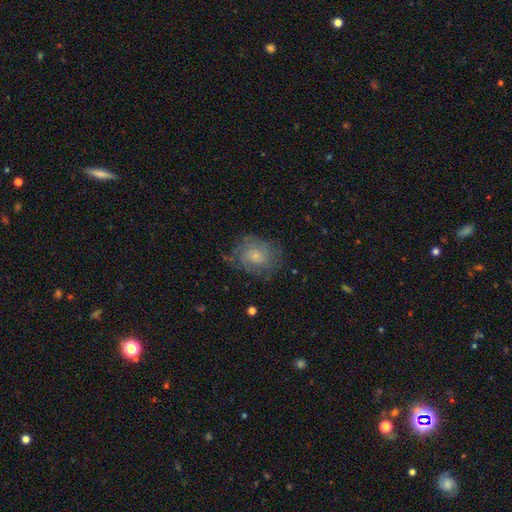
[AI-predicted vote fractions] This appears to be a featured or disk galaxy (48%). Merging: none (64%).